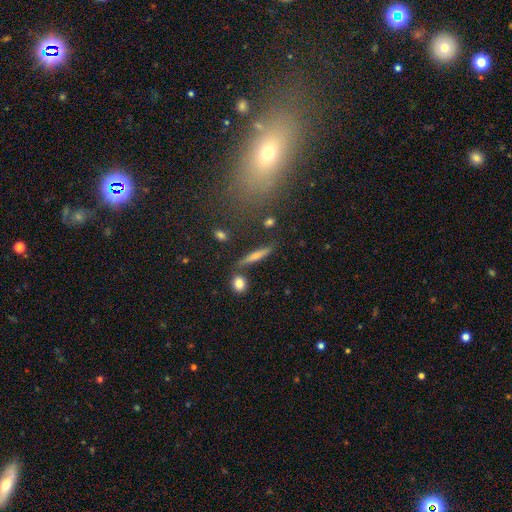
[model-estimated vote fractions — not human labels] smooth-or-featured: smooth: 63% | featured or disk: 30% | star or artifact: 8%
  how-rounded: cigar-shaped: 82% | in between: 12% | round: 7%
  merging: none: 77% | minor disturbance: 12% | merger: 7% | major disturbance: 4%